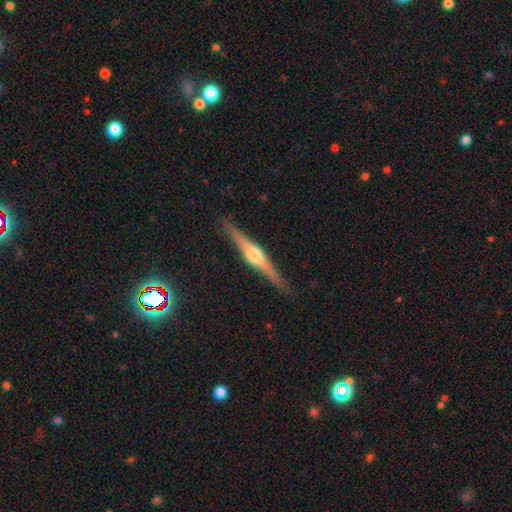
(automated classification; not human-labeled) Overall: featured or disk (79%). Edge-on disk: yes (98%). Edge-on bulge: rounded (88%). Merging: none (90%).